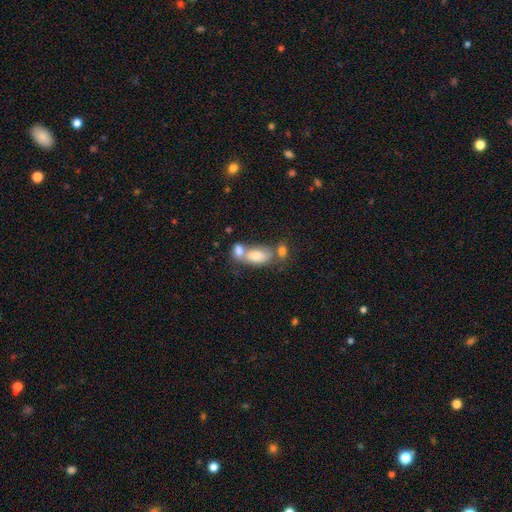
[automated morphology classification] This is likely a smooth galaxy (73%). How rounded: clearly in between (87%). Merging: possibly merger (53%).